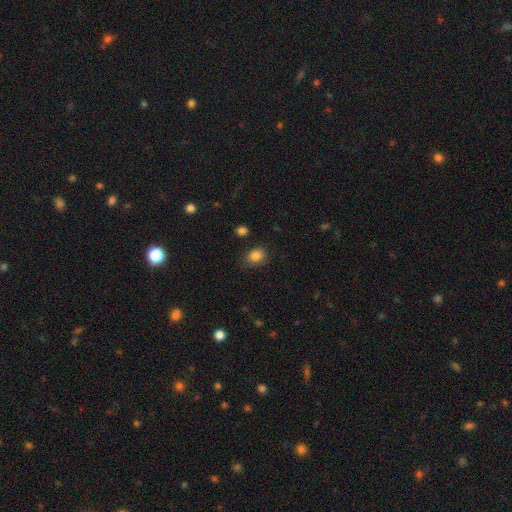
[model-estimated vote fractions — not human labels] smooth 85%, star or artifact 10%, featured or disk 5%. Down the decision tree: how rounded — round (51%); merging — none (80%).